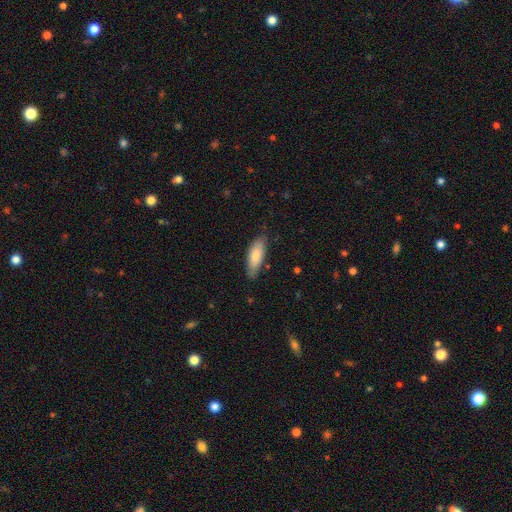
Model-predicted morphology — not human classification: smooth 78%, featured or disk 16%, star or artifact 6%. Down the decision tree: how rounded — in between (66%); merging — none (76%).